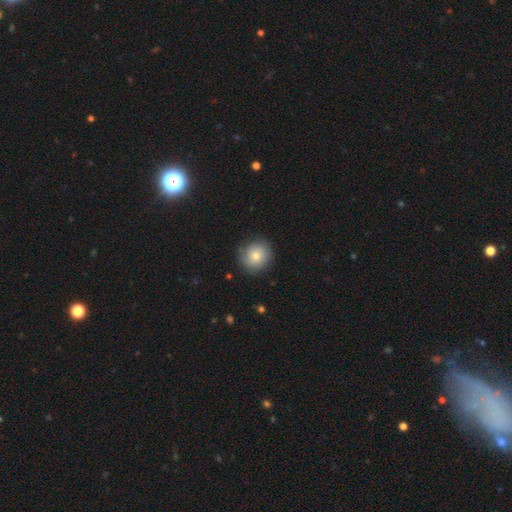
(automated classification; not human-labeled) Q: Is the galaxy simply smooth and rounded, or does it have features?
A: smooth — 75%.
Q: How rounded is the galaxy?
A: round — 86%.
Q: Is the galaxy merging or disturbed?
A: none — 82%.